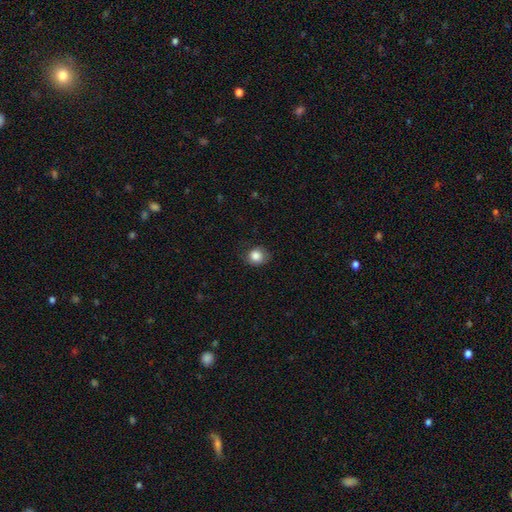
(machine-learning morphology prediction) The model was most divided on "how rounded": round: 76%, in between: 23%, cigar-shaped: 1%. More confident: smooth or featured — smooth (84%); merging — none (73%).